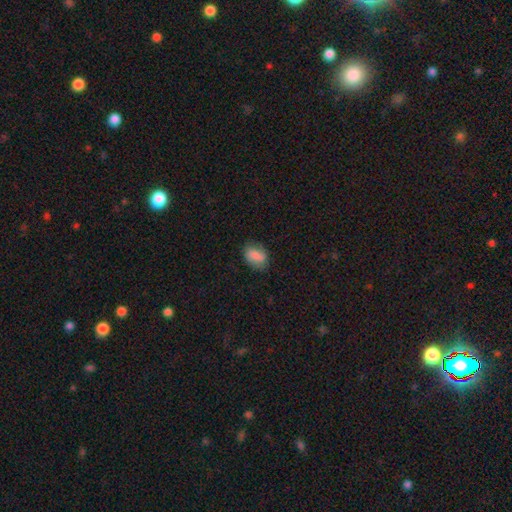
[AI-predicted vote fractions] Overall: smooth (79%). How rounded: in between (78%). Merging: none (75%).